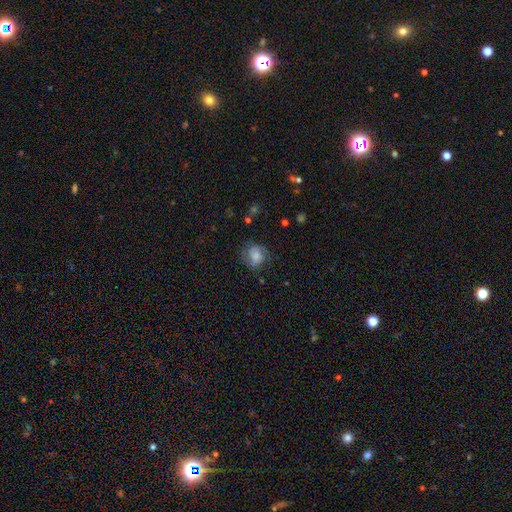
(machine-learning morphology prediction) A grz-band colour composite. It shows a smooth galaxy with no disk features (59%) that is round (73%). Merging: none (63%).